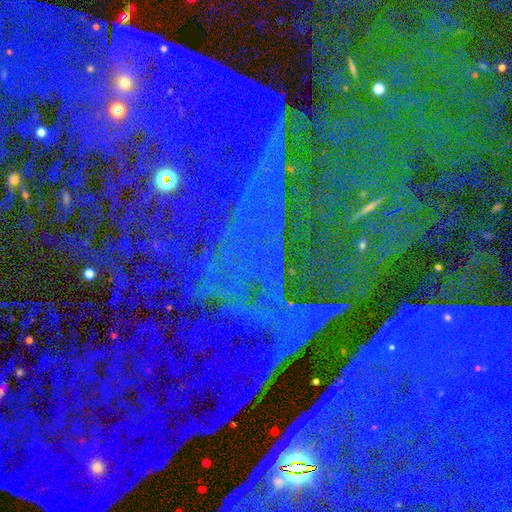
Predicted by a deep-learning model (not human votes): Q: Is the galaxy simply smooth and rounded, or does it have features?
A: star or artifact — 87%.